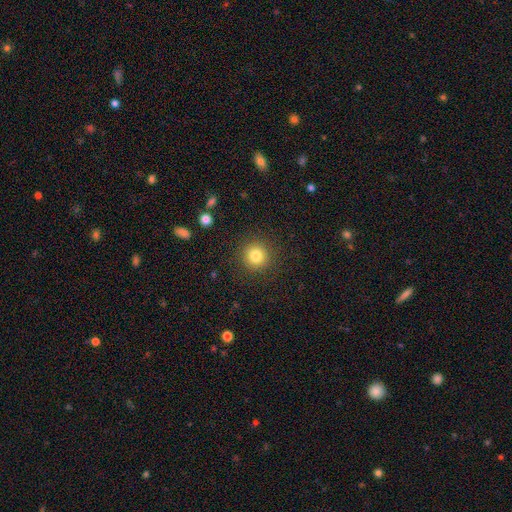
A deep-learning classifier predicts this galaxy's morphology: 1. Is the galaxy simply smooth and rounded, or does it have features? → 82% smooth, 11% star or artifact, 7% featured or disk.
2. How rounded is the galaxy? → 94% round, 5% in between, 1% cigar-shaped.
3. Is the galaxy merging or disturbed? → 90% none, 6% minor disturbance, 3% major disturbance, 1% merger.